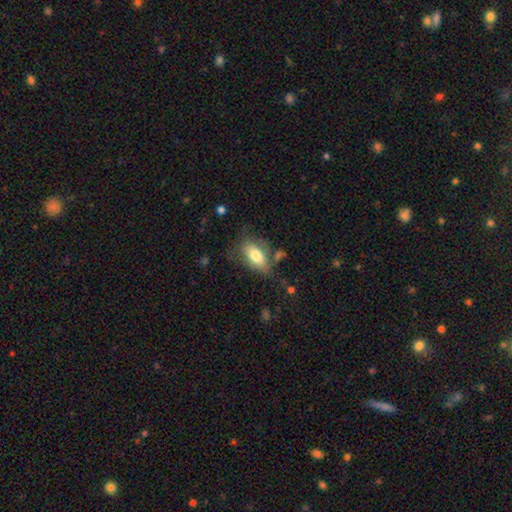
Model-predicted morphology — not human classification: The model was most divided on "merging": none: 59%, minor disturbance: 24%, major disturbance: 10%, merger: 7%. More confident: how rounded — in between (88%); smooth or featured — smooth (75%).